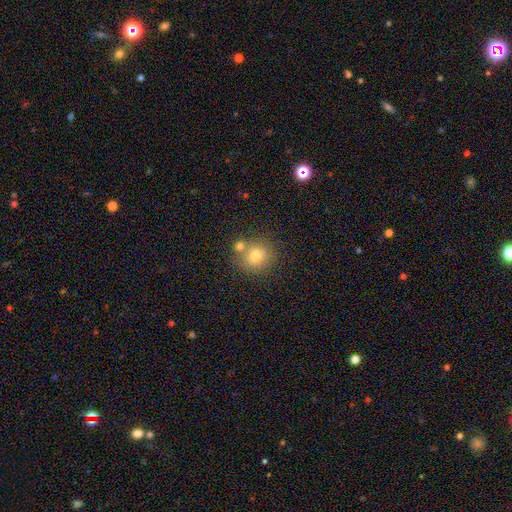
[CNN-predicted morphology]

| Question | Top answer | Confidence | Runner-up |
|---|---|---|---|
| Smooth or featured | smooth | 75% | star or artifact (13%) |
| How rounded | round | 84% | in between (15%) |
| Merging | none | 64% | merger (22%) |